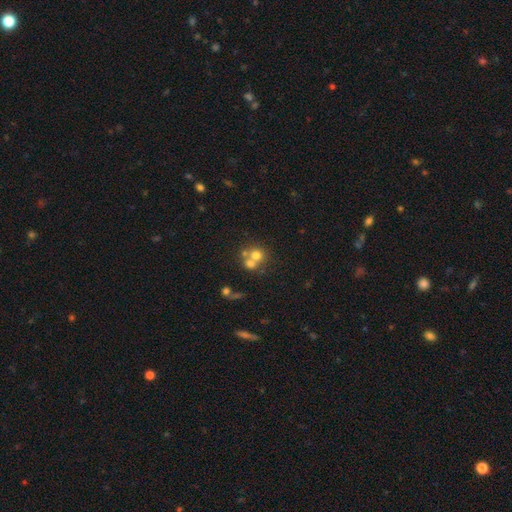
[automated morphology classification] type=smooth (65%); roundness=round (84%); merging=merger (51%).